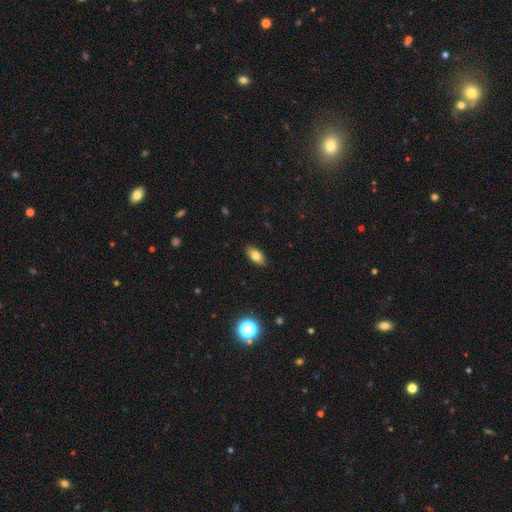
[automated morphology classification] smooth_or_featured: smooth (p=0.78) [alt: featured or disk p=0.13]
how_rounded: in between (p=0.88) [alt: cigar-shaped p=0.06]
merging: none (p=0.88) [alt: minor disturbance p=0.09]